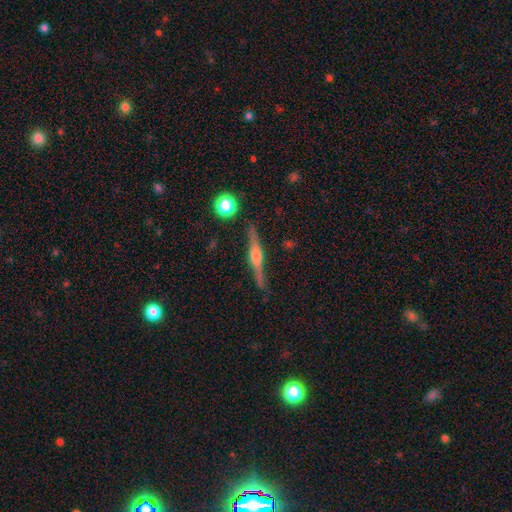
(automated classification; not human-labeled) smooth_or_featured: featured or disk (p=0.81) [alt: smooth p=0.12]
disk_edge_on: yes (p=0.98) [alt: no p=0.02]
edge_on_bulge: rounded (p=0.86) [alt: boxy p=0.11]
merging: none (p=0.88) [alt: minor disturbance p=0.09]